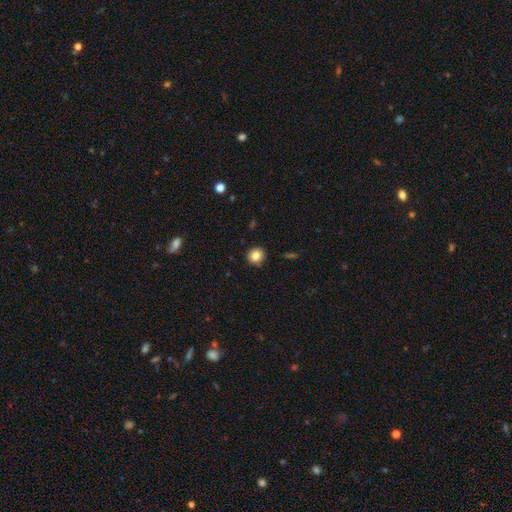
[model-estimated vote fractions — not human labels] smooth-or-featured: smooth: 84% | star or artifact: 10% | featured or disk: 6%
  how-rounded: round: 93% | in between: 6% | cigar-shaped: 1%
  merging: none: 91% | minor disturbance: 6% | major disturbance: 2% | merger: 1%